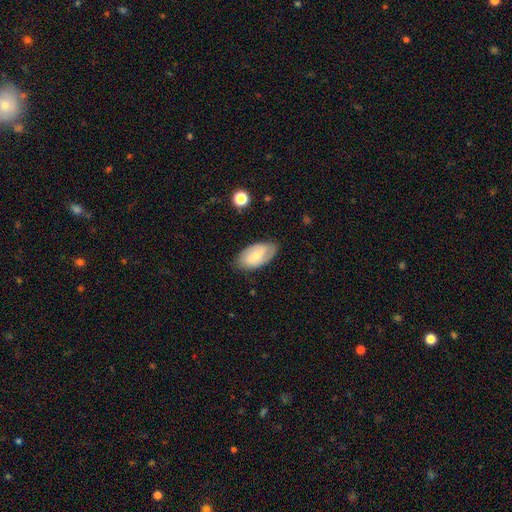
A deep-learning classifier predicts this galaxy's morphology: This appears to be a smooth galaxy with no disk features (49%). Merging: none (79%).